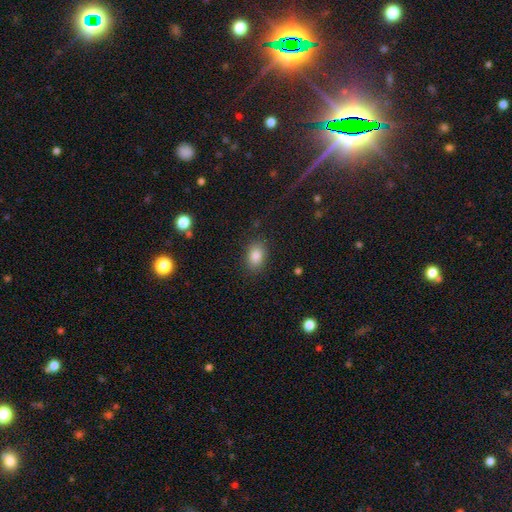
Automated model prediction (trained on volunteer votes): Smooth or featured: smooth — 84% (star or artifact — 9%)
How rounded: in between — 81% (round — 18%)
Merging: none — 85% (minor disturbance — 11%)